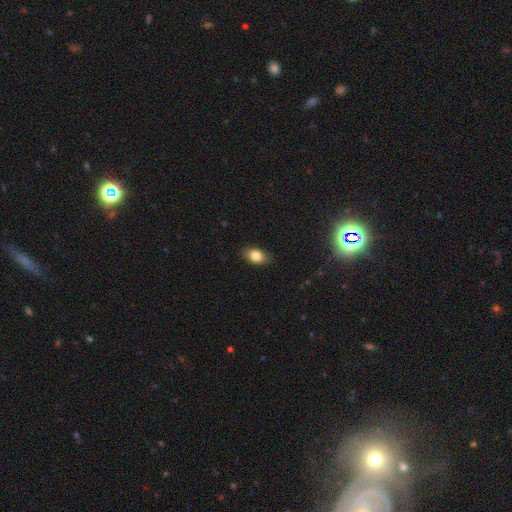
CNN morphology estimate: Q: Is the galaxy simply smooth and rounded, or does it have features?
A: smooth — 82%.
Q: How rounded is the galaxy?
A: in between — 87%.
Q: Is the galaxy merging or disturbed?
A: none — 85%.